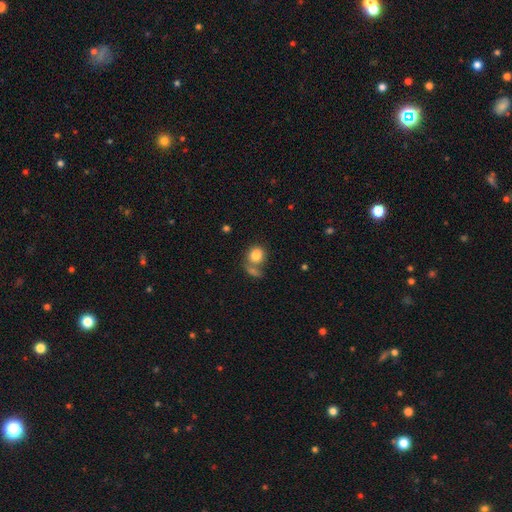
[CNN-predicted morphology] smooth-or-featured: smooth: 82% | star or artifact: 9% | featured or disk: 8%
  how-rounded: round: 71% | in between: 28% | cigar-shaped: 1%
  merging: none: 49% | merger: 30% | minor disturbance: 13% | major disturbance: 8%